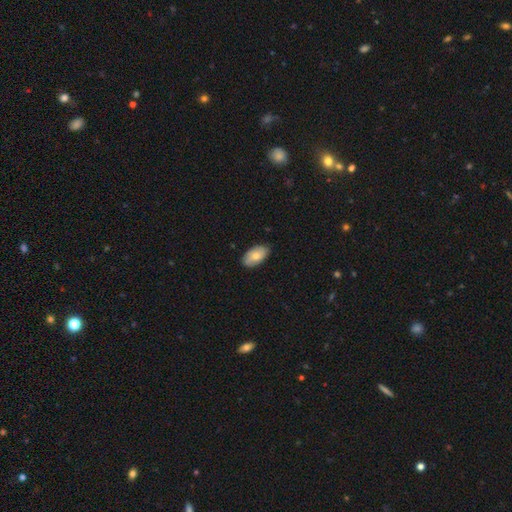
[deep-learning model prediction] Morphology: type=smooth (72%); roundness=in between (94%); merging=none (84%).